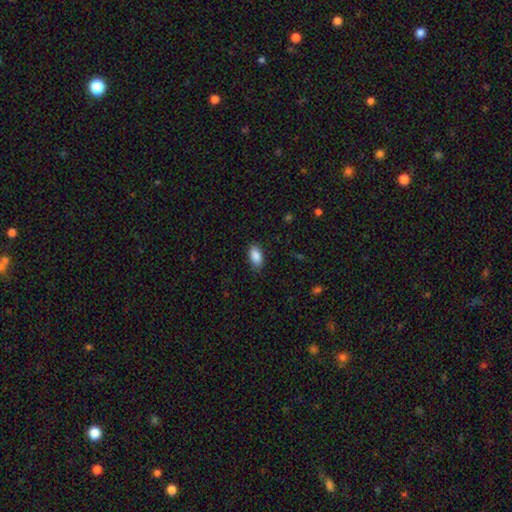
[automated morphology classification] Smooth or featured: smooth — 89% (star or artifact — 7%)
How rounded: in between — 93% (round — 4%)
Merging: none — 82% (minor disturbance — 14%)